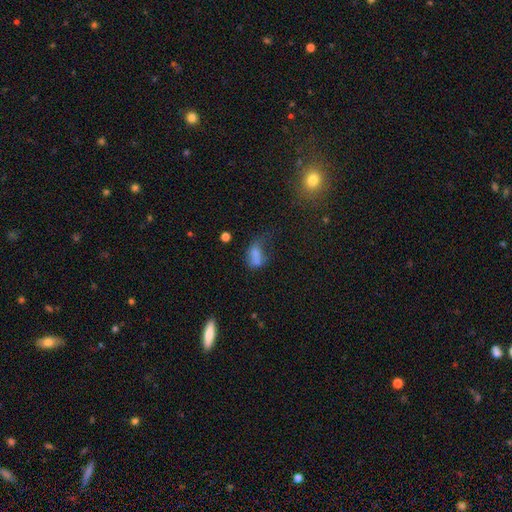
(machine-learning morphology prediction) Smooth or featured? Predicted: smooth (p=0.68). How rounded? Predicted: in between (p=0.81). Merging? Predicted: major disturbance (p=0.38).